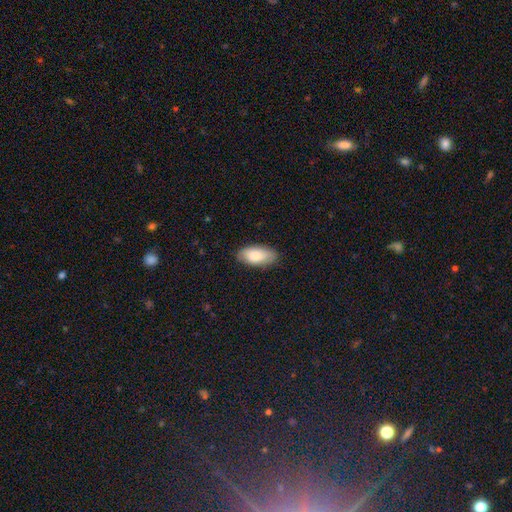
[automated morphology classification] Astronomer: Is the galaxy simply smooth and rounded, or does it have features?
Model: smooth — 82%.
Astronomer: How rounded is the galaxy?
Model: in between — 92%.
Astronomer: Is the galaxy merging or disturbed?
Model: none — 82%.